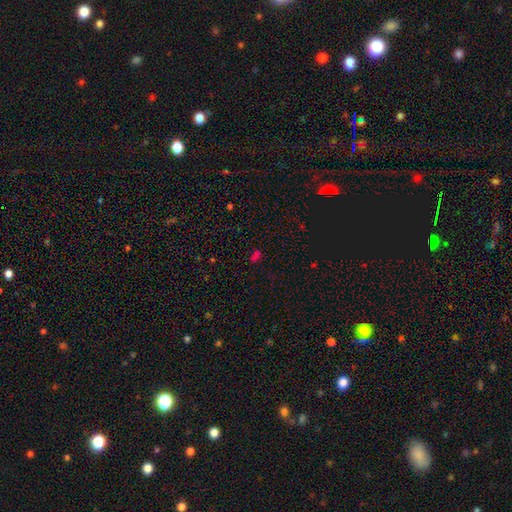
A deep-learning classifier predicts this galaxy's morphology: Smooth or featured?
  - smooth: 48% *
  - star or artifact: 45%
  - featured or disk: 7%
Merging?
  - none: 71% *
  - minor disturbance: 15%
  - major disturbance: 7%
  - merger: 7%